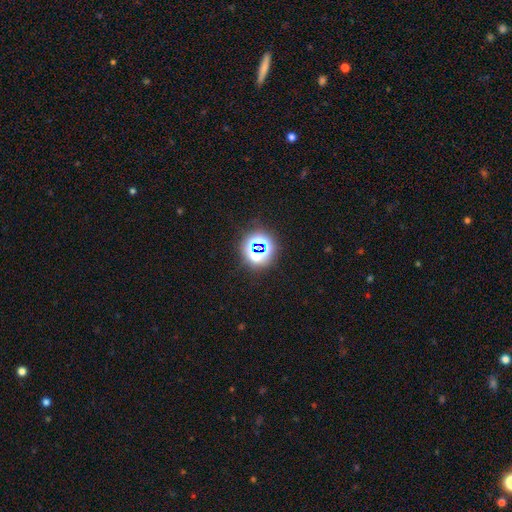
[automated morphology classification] The model was most divided on "smooth or featured": star or artifact: 69%, smooth: 21%, featured or disk: 10%.